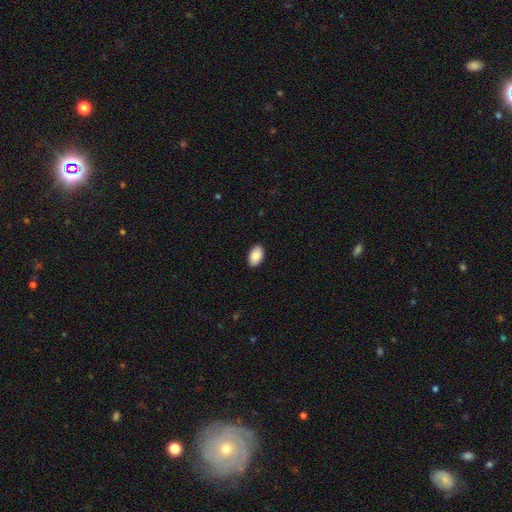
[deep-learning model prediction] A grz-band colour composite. It shows a smooth galaxy with no disk features (89%) that is in between round and cigar-shaped (94%). Merging: none (90%).